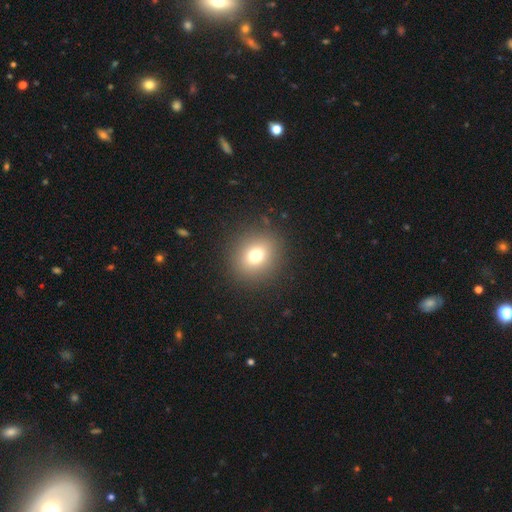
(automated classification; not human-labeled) Smooth or featured? smooth (73%)
How rounded? round (79%)
Merging? none (89%)